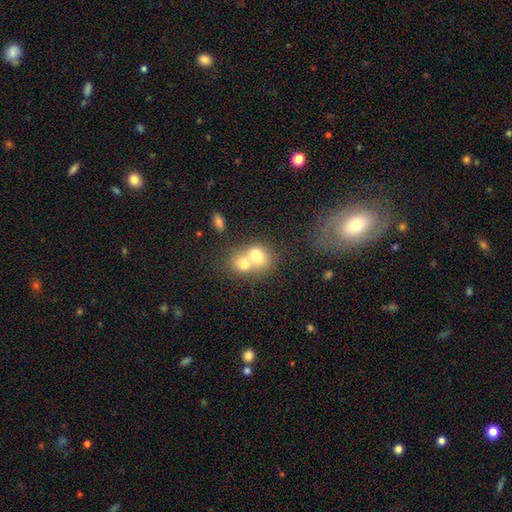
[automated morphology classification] smooth-or-featured: smooth: 72% | featured or disk: 19% | star or artifact: 10%
  how-rounded: round: 55% | in between: 44% | cigar-shaped: 1%
  merging: merger: 73% | none: 19% | minor disturbance: 5% | major disturbance: 3%